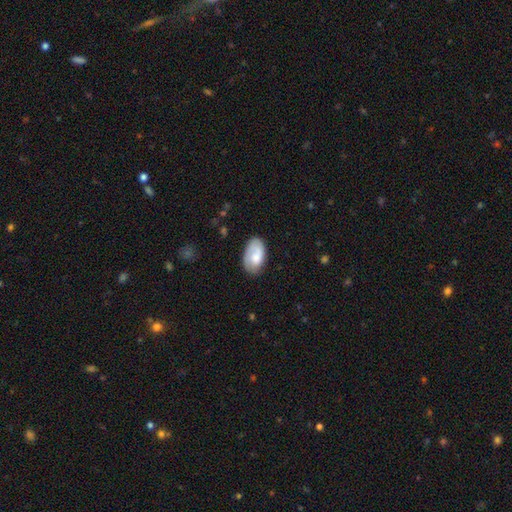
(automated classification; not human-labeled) This appears to be a smooth galaxy with no disk features (61%) that is in between round and cigar-shaped (93%). Merging: none (68%).